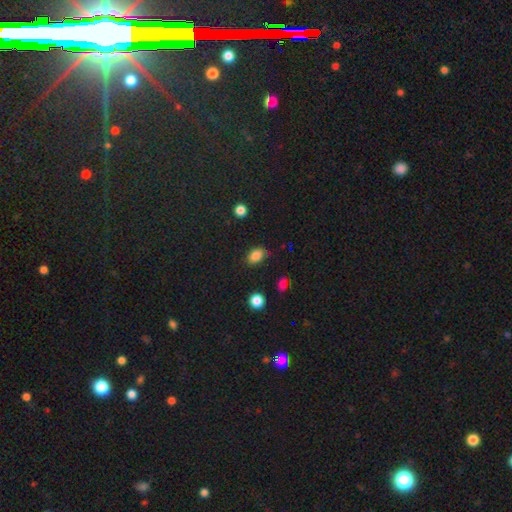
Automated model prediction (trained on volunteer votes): This appears to be a smooth galaxy with no disk features (83%) that is in between round and cigar-shaped (82%). Merging: none (74%).